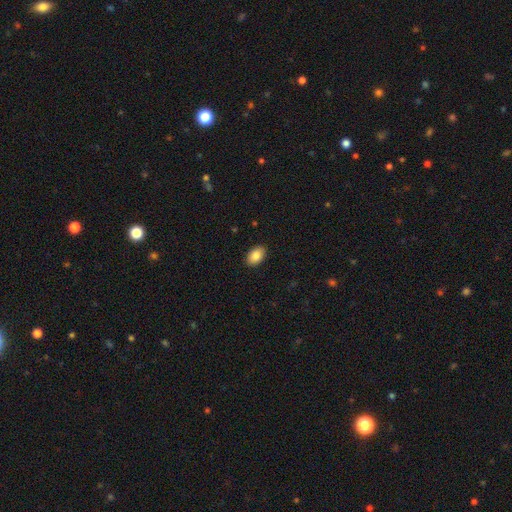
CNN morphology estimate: Smooth or featured? Predicted: smooth (p=0.86). How rounded? Predicted: in between (p=0.91). Merging? Predicted: none (p=0.90).